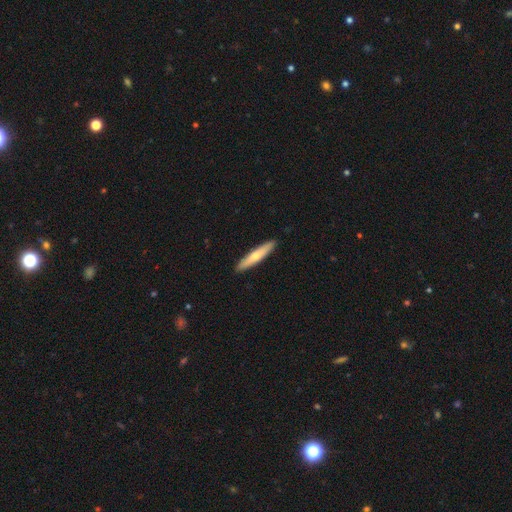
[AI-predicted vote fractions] Smooth or featured?
  - smooth: 60% *
  - featured or disk: 35%
  - star or artifact: 5%
How rounded?
  - cigar-shaped: 91% *
  - in between: 7%
  - round: 1%
Merging?
  - none: 91% *
  - minor disturbance: 6%
  - major disturbance: 1%
  - merger: 1%